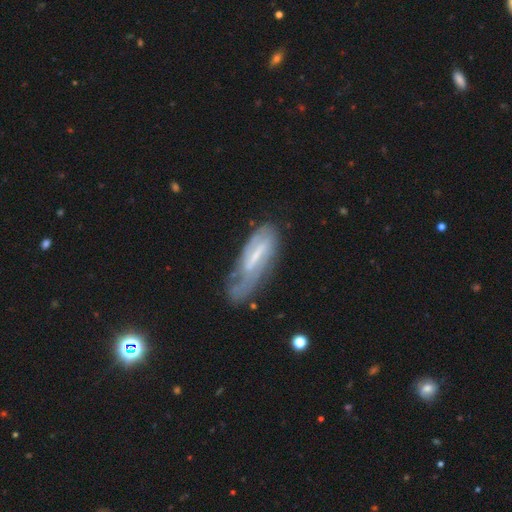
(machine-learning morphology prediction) Smooth or featured?
  - featured or disk: 68% *
  - smooth: 24%
  - star or artifact: 8%
Edge-on disk?
  - no: 79% *
  - yes: 21%
Bar?
  - strong: 44% *
  - weak: 38%
  - no: 18%
Spiral arms?
  - yes: 73% *
  - no: 27%
Bulge size?
  - small: 48% *
  - moderate: 26%
  - none: 22%
  - large: 3%
  - dominant: 1%
Merging?
  - none: 50% *
  - minor disturbance: 29%
  - major disturbance: 17%
  - merger: 4%